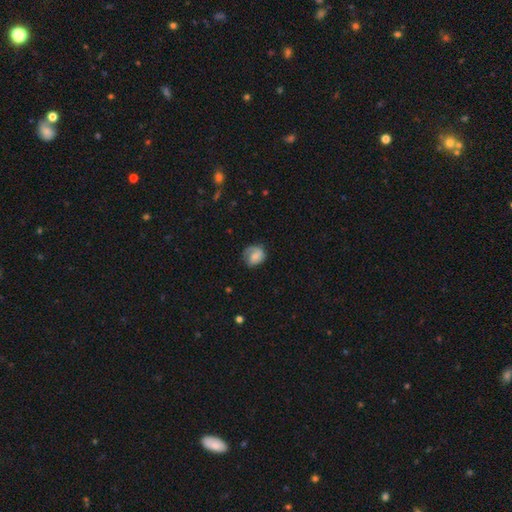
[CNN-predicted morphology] type=smooth (48%); merging=none (57%).